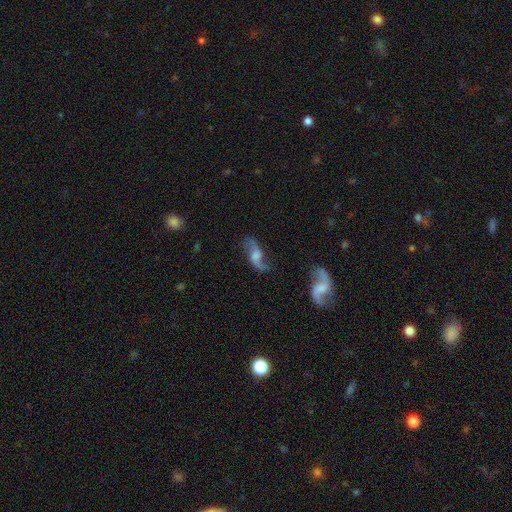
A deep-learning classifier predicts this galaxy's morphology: Smooth or featured? featured or disk (79%)
Edge-on disk? no (93%)
Bar? no (49%)
Spiral arms? yes (94%)
Spiral winding? loose (82%)
Spiral arm count? 2 (91%)
Bulge size? moderate (38%)
Merging? none (69%)